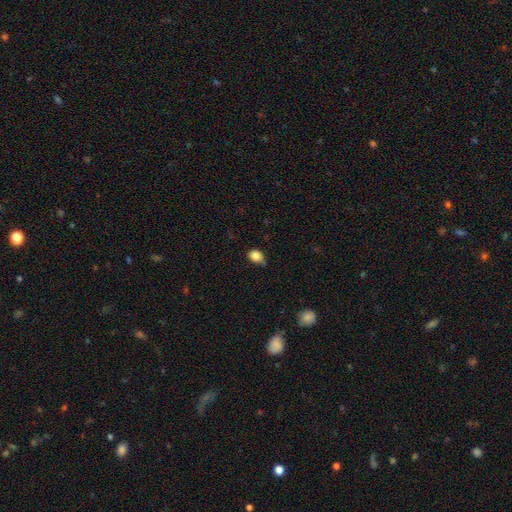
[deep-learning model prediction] Smooth or featured?
  - smooth: 85% *
  - star or artifact: 10%
  - featured or disk: 5%
How rounded?
  - round: 50% *
  - in between: 49%
  - cigar-shaped: 1%
Merging?
  - none: 59% *
  - minor disturbance: 33%
  - major disturbance: 6%
  - merger: 2%